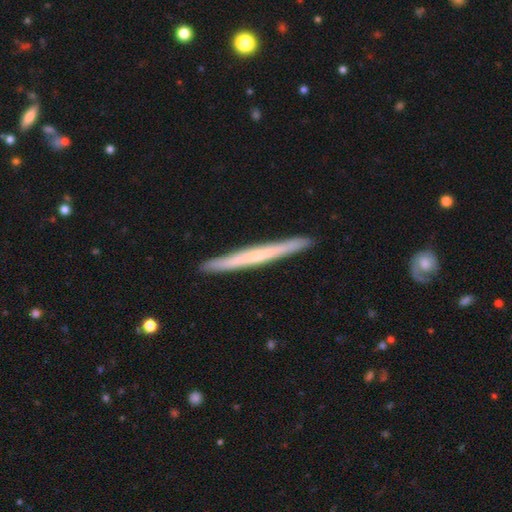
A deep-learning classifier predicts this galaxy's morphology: smooth_or_featured: featured or disk (p=0.55) [alt: smooth p=0.40]
disk_edge_on: yes (p=0.96) [alt: no p=0.04]
edge_on_bulge: none (p=0.70) [alt: rounded p=0.26]
merging: none (p=0.92) [alt: minor disturbance p=0.06]